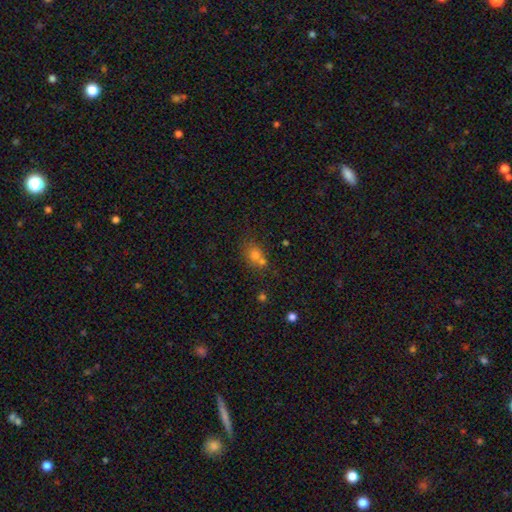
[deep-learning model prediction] Smooth or featured: smooth — 62% (star or artifact — 24%)
How rounded: round — 64% (in between — 34%)
Merging: none — 45% (merger — 41%)